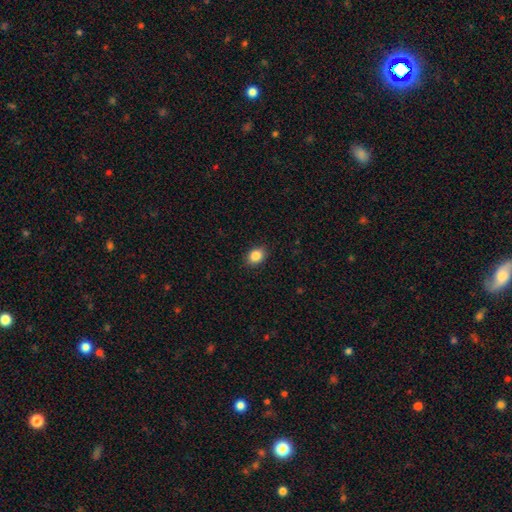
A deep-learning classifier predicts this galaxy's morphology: Smooth or featured? smooth (86%)
How rounded? in between (59%)
Merging? none (88%)